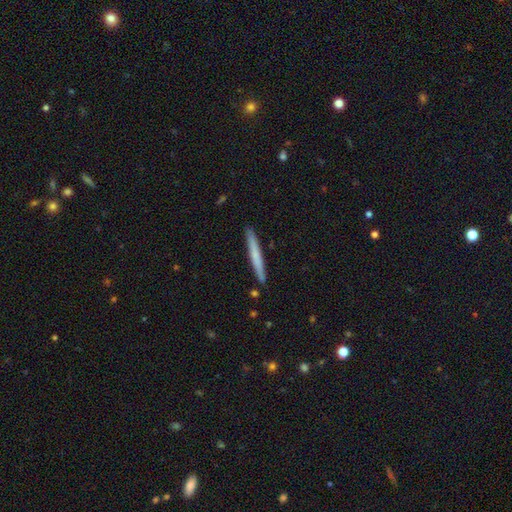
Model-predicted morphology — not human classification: smooth-or-featured: smooth: 61% | featured or disk: 33% | star or artifact: 6%
  how-rounded: cigar-shaped: 97% | in between: 2% | round: 1%
  merging: none: 90% | minor disturbance: 7% | merger: 2% | major disturbance: 1%